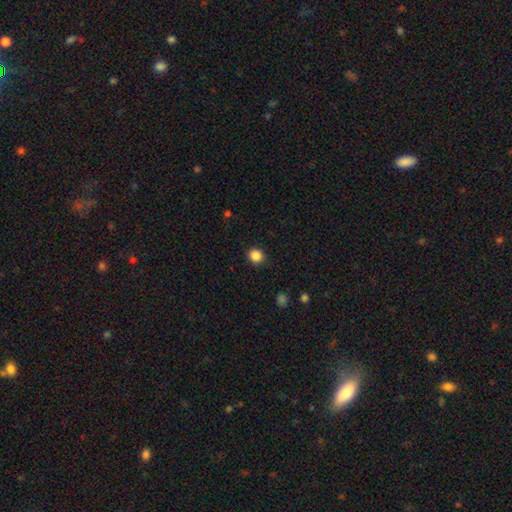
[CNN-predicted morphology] smooth_or_featured: smooth (p=0.87) [alt: star or artifact p=0.11]
how_rounded: round (p=0.87) [alt: in between p=0.12]
merging: none (p=0.91) [alt: minor disturbance p=0.06]